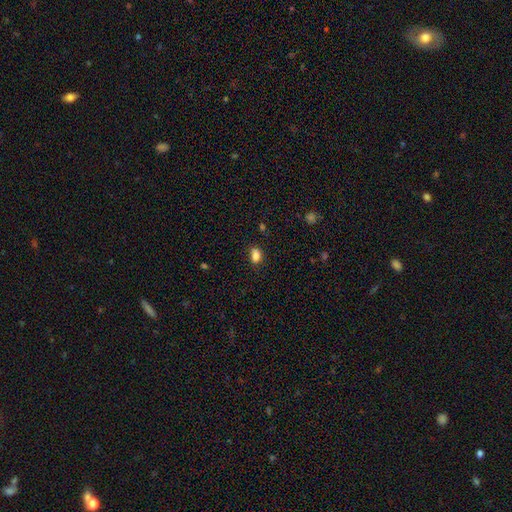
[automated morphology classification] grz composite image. It shows a smooth galaxy with no disk features (83%) that is in between round and cigar-shaped (78%). Merging: none (66%).